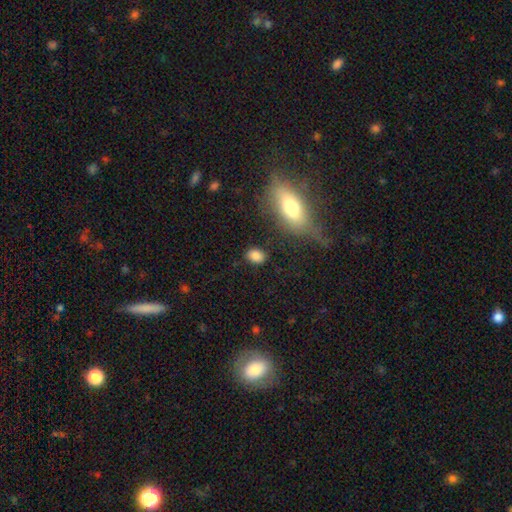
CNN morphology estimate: This appears to be a smooth galaxy with no disk features (85%) that is in between round and cigar-shaped (71%). Merging: none (80%).